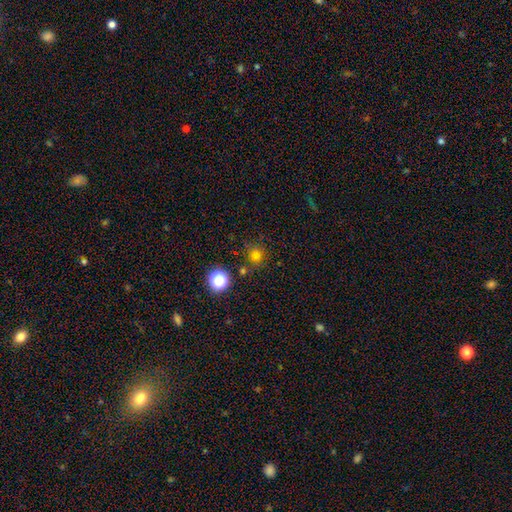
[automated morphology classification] This appears to be a smooth galaxy with no disk features (71%) that is round (91%). Merging: none (78%).